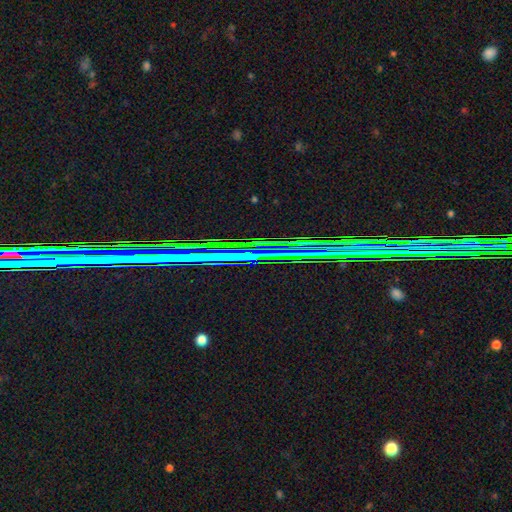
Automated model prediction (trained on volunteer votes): Smooth or featured? star or artifact (83%)